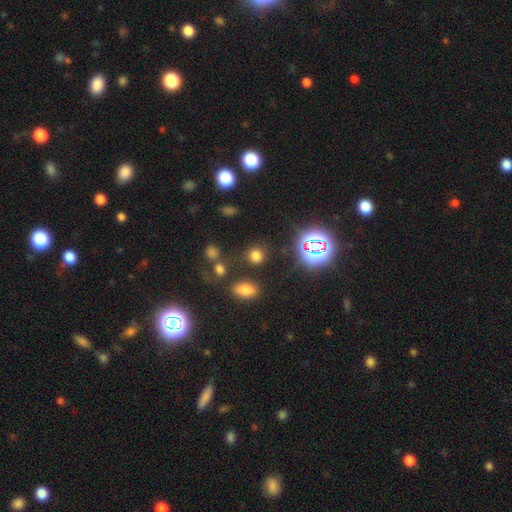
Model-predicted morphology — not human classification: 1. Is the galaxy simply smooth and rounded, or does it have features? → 67% smooth, 27% star or artifact, 6% featured or disk.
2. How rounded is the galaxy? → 82% round, 16% in between, 2% cigar-shaped.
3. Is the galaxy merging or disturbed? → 80% none, 9% minor disturbance, 5% merger, 5% major disturbance.